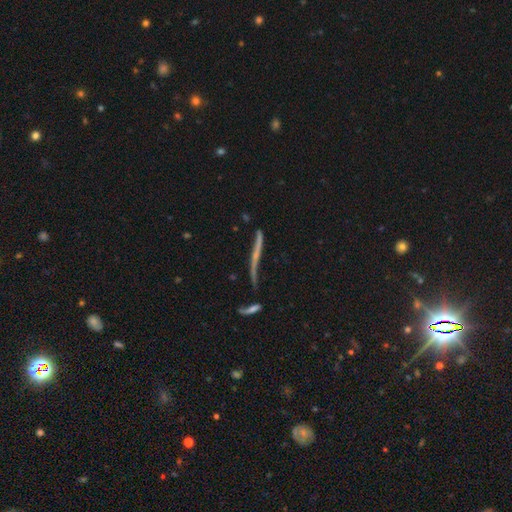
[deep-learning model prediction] This appears to be a featured or disk galaxy (63%) viewed edge-on (84%) with no central bulge (68%). Merging: none (53%).